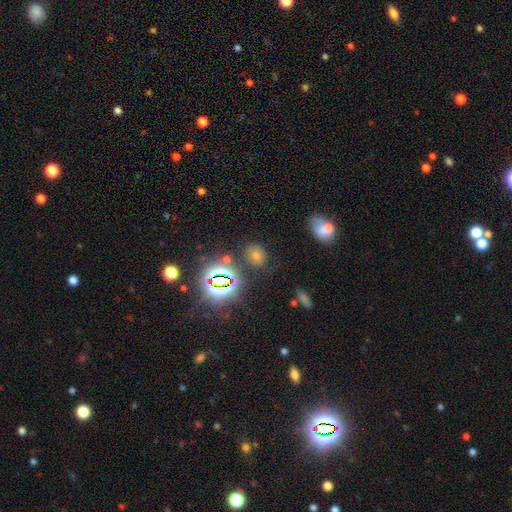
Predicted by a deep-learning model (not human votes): A star or artifact, not a galaxy (43%, tied with smooth).

Vote fractions:
- Smooth or featured? star or artifact: 43% (tied) / smooth: 43% (tied) / featured or disk: 14%